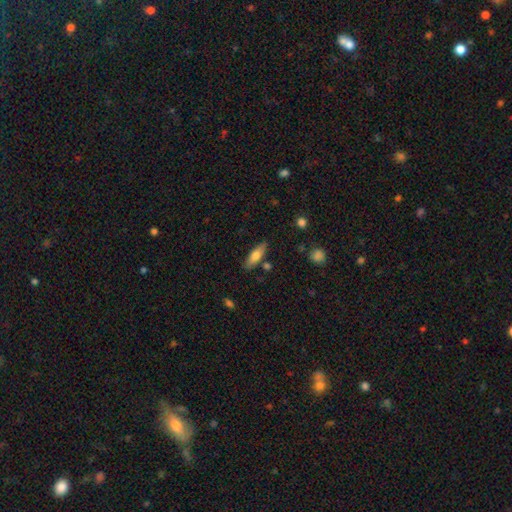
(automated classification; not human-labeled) Smooth or featured?
  - smooth: 68% *
  - featured or disk: 26%
  - star or artifact: 6%
How rounded?
  - in between: 50% *
  - cigar-shaped: 48%
  - round: 2%
Merging?
  - none: 82% *
  - minor disturbance: 12%
  - merger: 4%
  - major disturbance: 3%